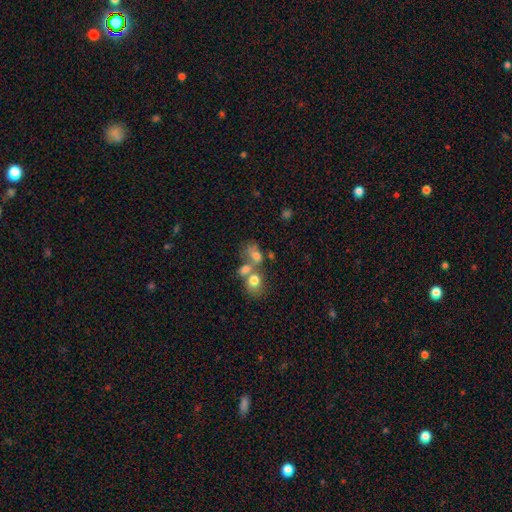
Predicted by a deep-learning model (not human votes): Morphology: type=smooth (67%); roundness=in between (57%); merging=merger (57%).